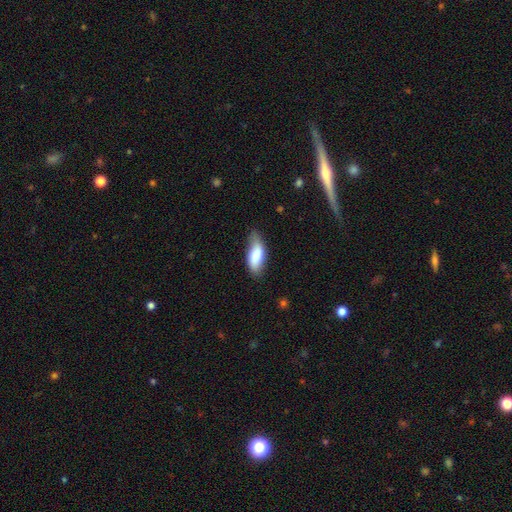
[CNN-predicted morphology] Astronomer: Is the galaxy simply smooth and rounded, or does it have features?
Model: smooth — 76%.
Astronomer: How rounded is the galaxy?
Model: in between — 77%.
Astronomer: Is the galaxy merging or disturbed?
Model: none — 63%.